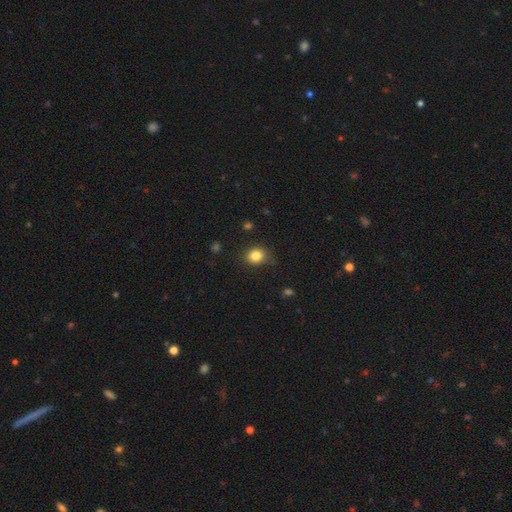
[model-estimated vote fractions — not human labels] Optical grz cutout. It shows a smooth galaxy with no disk features (83%) that is round (71%). Merging: none (80%).